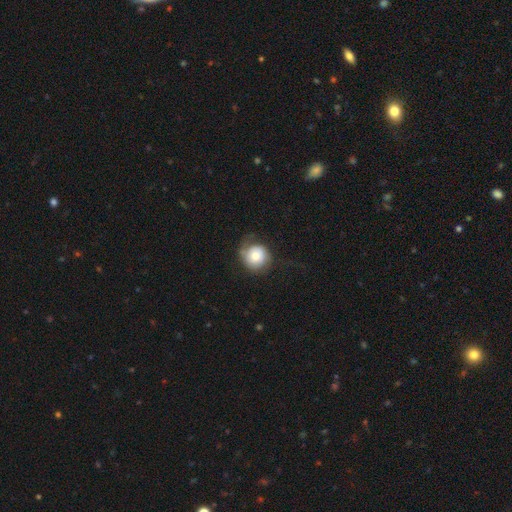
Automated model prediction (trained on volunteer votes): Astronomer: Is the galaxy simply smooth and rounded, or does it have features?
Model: smooth — 65%.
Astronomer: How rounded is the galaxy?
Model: round — 91%.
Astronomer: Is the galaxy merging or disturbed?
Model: none — 53%.